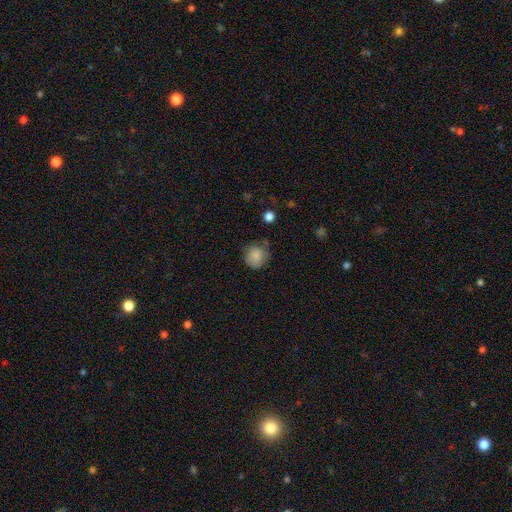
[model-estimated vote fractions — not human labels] This is clearly a smooth galaxy (82%). How rounded: clearly round (85%). Merging: likely none (65%).